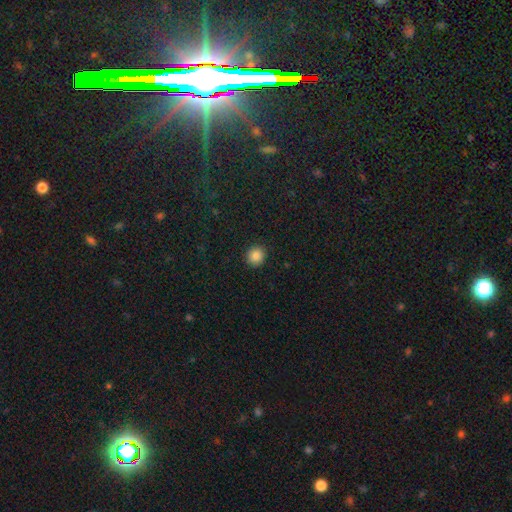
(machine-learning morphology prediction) Overall: smooth (87%). How rounded: round (91%). Merging: none (91%).